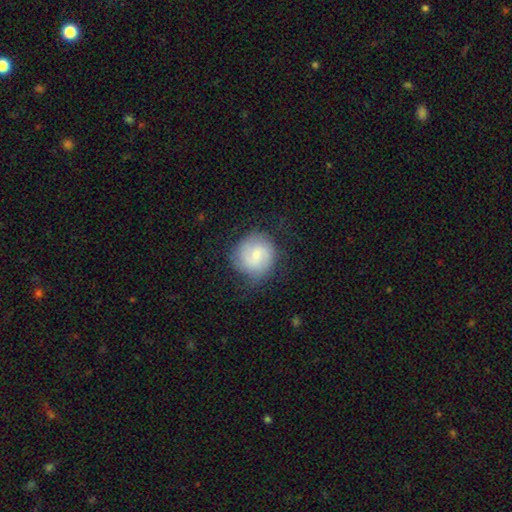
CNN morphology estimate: Smooth or featured? Predicted: smooth (p=0.55). How rounded? Predicted: round (p=0.88). Merging? Predicted: none (p=0.64).